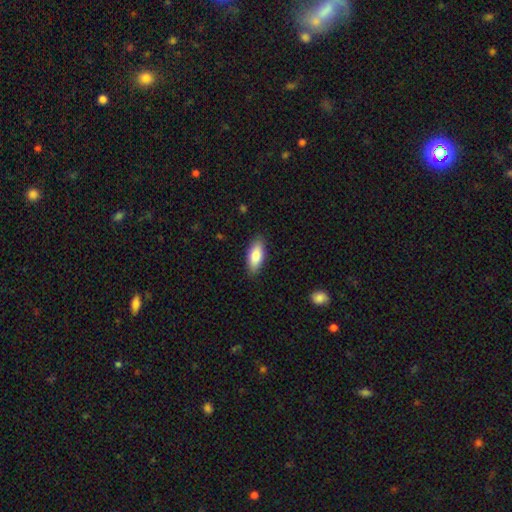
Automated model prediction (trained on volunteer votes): Smooth or featured? smooth (82%)
How rounded? in between (80%)
Merging? none (88%)